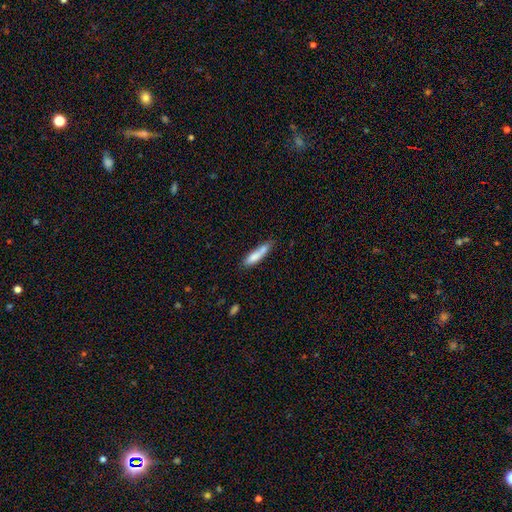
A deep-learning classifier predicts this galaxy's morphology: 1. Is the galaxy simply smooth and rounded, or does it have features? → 77% smooth, 16% featured or disk, 7% star or artifact.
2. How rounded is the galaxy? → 75% cigar-shaped, 23% in between, 2% round.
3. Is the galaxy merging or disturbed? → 52% none, 24% minor disturbance, 18% merger, 6% major disturbance.